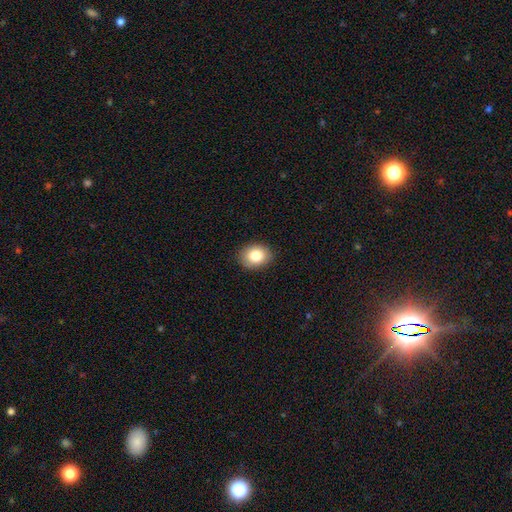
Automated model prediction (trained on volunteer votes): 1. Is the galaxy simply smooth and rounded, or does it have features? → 83% smooth, 8% star or artifact, 8% featured or disk.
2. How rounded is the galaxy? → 54% in between, 45% round, 1% cigar-shaped.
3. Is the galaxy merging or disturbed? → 89% none, 8% minor disturbance, 2% major disturbance, 1% merger.